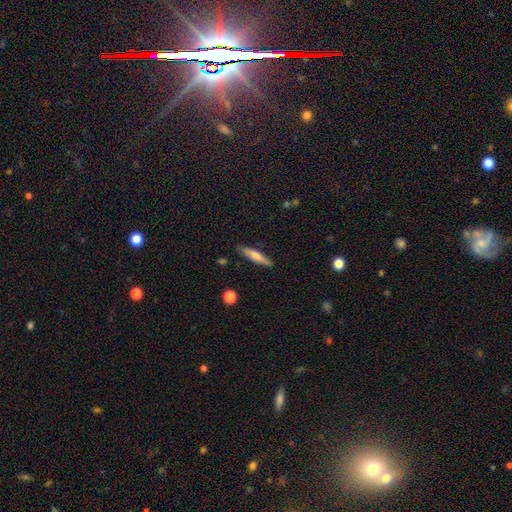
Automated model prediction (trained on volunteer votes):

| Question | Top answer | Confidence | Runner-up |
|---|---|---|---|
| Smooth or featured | smooth | 64% | featured or disk (29%) |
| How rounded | cigar-shaped | 85% | in between (13%) |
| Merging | none | 84% | minor disturbance (12%) |